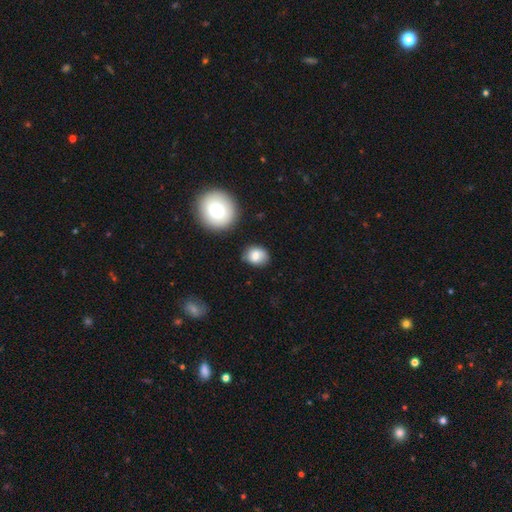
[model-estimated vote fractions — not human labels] Morphology: type=smooth (78%); roundness=round (58%); merging=none (75%).